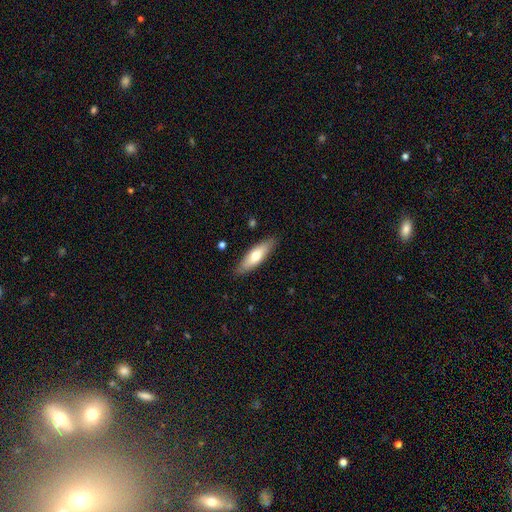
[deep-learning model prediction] Morphology: type=smooth (65%); roundness=cigar-shaped (49%, tied with in between); merging=none (86%).